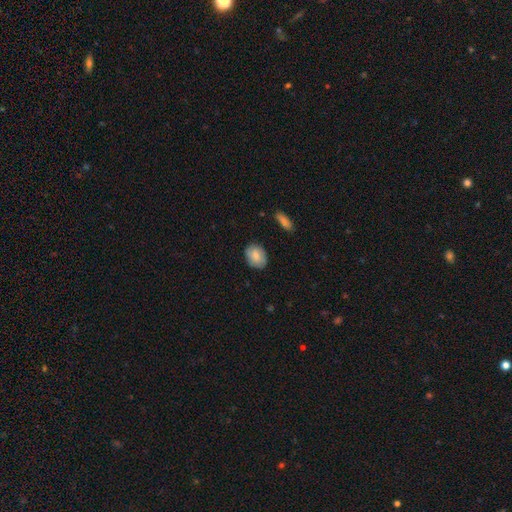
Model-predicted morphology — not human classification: Overall: smooth (79%). How rounded: in between (61%; round 38%). Merging: none (80%).